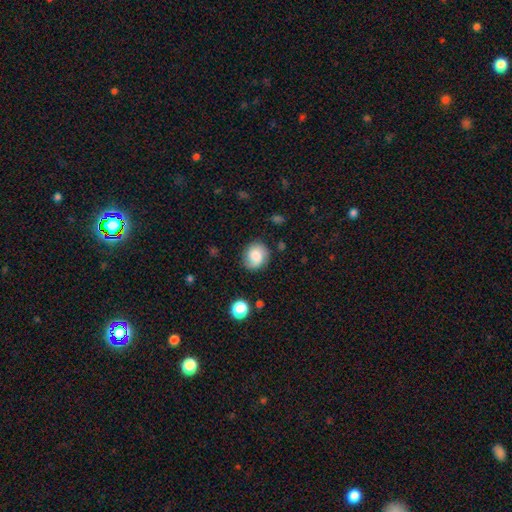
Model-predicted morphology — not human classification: This appears to be a smooth galaxy with no disk features (70%) that is round (74%). Merging: none (78%).